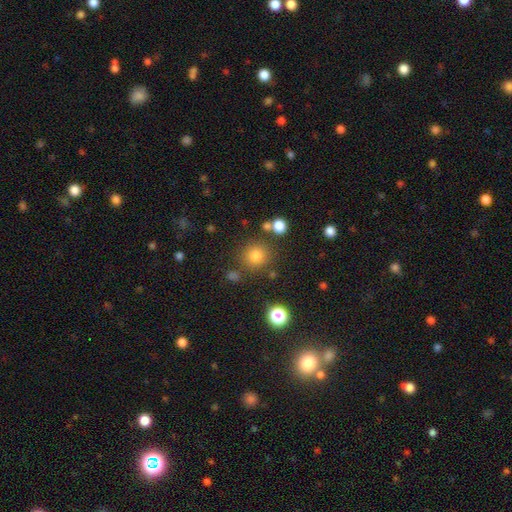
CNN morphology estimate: Smooth or featured?
  - smooth: 79% *
  - star or artifact: 15%
  - featured or disk: 6%
How rounded?
  - round: 92% *
  - in between: 7%
  - cigar-shaped: 1%
Merging?
  - none: 82% *
  - minor disturbance: 9%
  - merger: 6%
  - major disturbance: 3%